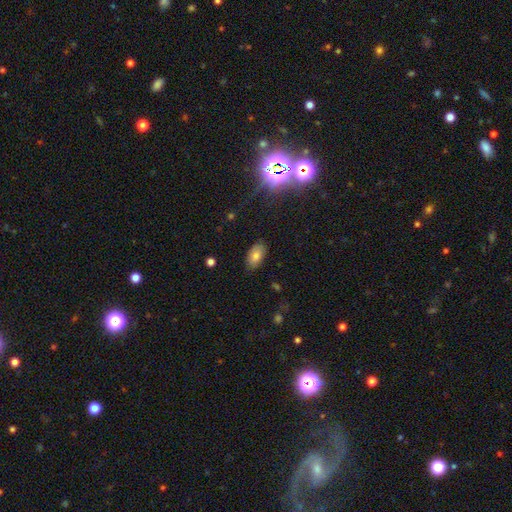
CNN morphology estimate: smooth 77%, featured or disk 12%, star or artifact 11%. Down the decision tree: how rounded — in between (93%); merging — none (82%).